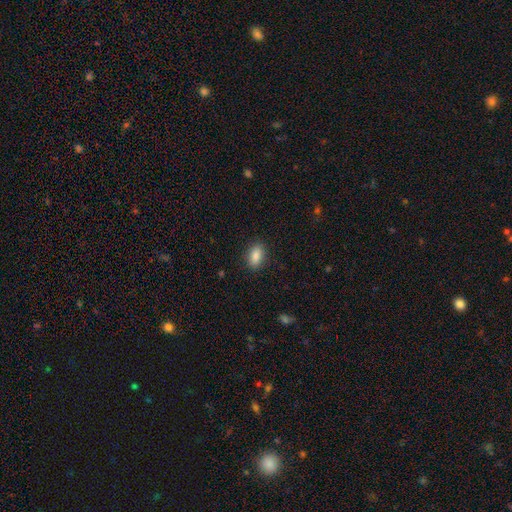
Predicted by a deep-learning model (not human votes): Morphology: type=smooth (87%); roundness=in between (88%); merging=none (88%).